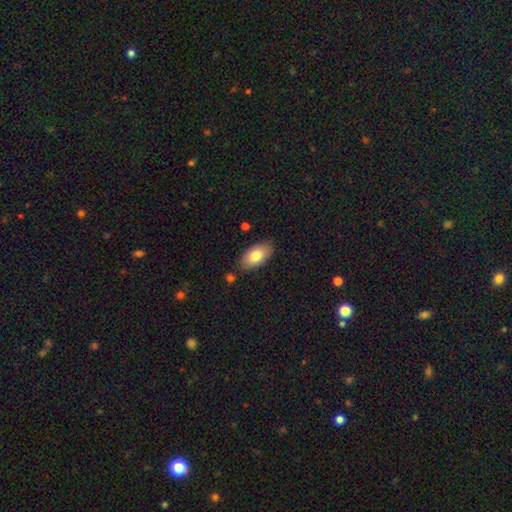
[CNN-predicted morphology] A smooth galaxy with no disk features (79%) that is in between round and cigar-shaped (94%).

Vote fractions:
- Smooth or featured? smooth: 79% / featured or disk: 14% / star or artifact: 6%
- How rounded? in between: 94% / cigar-shaped: 3% / round: 3%
- Merging? none: 83% / minor disturbance: 12% / merger: 3% / major disturbance: 2%